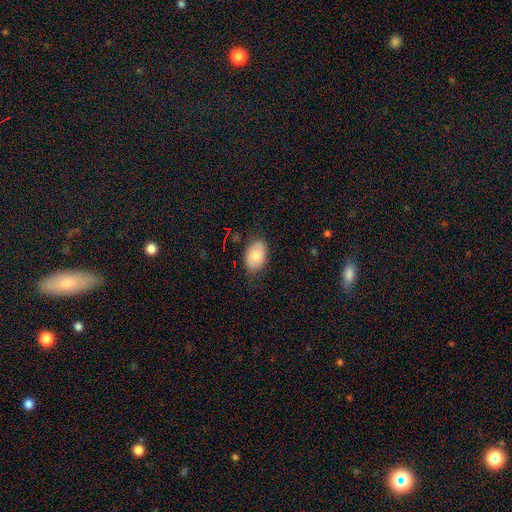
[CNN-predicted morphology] The model was most divided on "merging": none: 78%, minor disturbance: 17%, major disturbance: 4%, merger: 1%. More confident: how rounded — in between (88%); smooth or featured — smooth (79%).